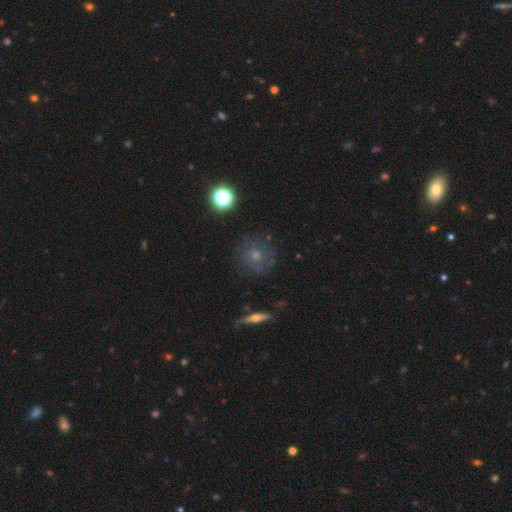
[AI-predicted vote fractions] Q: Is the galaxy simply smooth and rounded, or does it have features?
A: smooth — 47%.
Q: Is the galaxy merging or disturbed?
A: none — 79%.